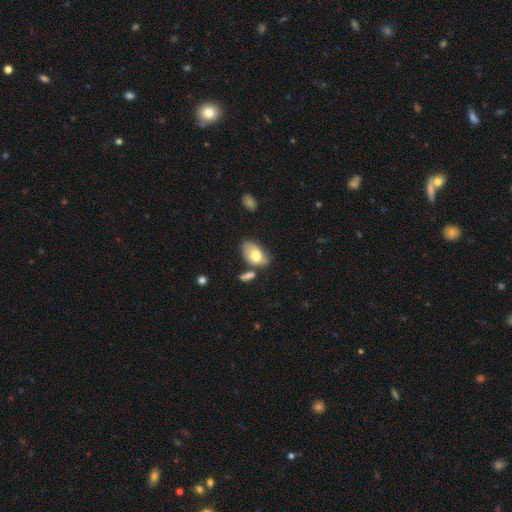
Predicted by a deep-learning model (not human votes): Smooth or featured? smooth (72%)
How rounded? in between (92%)
Merging? none (47%)